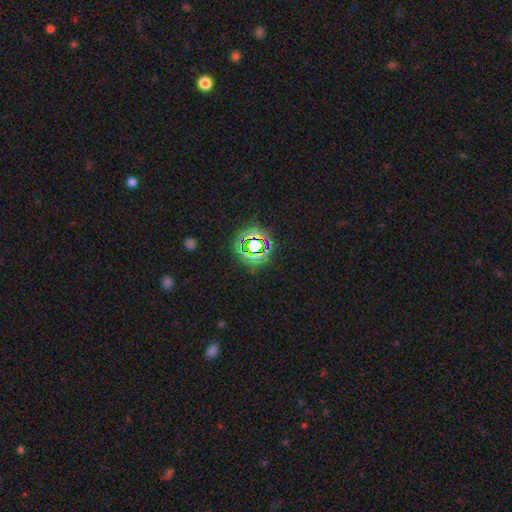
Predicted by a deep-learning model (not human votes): star or artifact 72%, smooth 18%, featured or disk 10%.